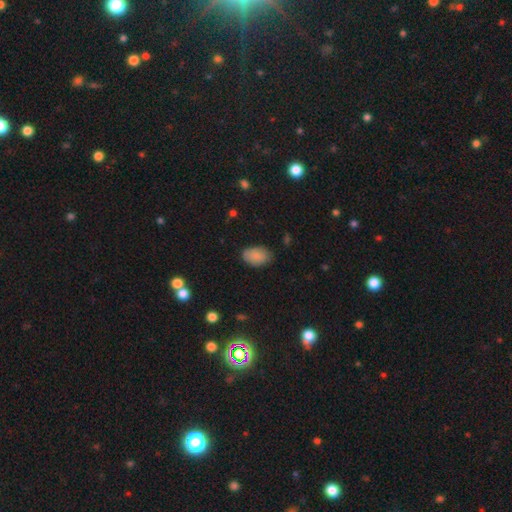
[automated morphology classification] Smooth or featured? Predicted: smooth (p=0.87). How rounded? Predicted: in between (p=0.89). Merging? Predicted: none (p=0.80).